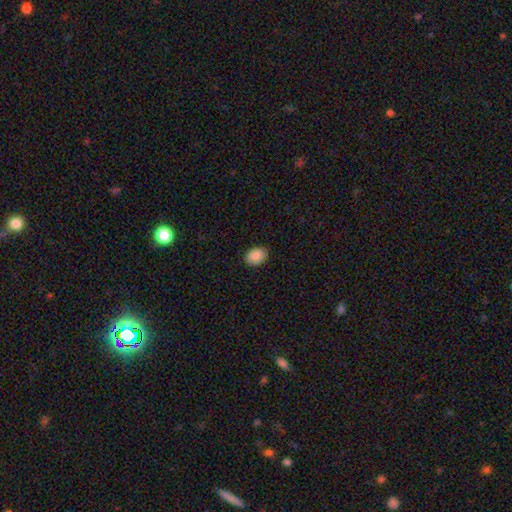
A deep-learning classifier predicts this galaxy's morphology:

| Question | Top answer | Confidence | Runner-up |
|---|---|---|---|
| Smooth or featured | smooth | 89% | star or artifact (8%) |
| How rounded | in between | 73% | round (26%) |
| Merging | none | 88% | minor disturbance (9%) |